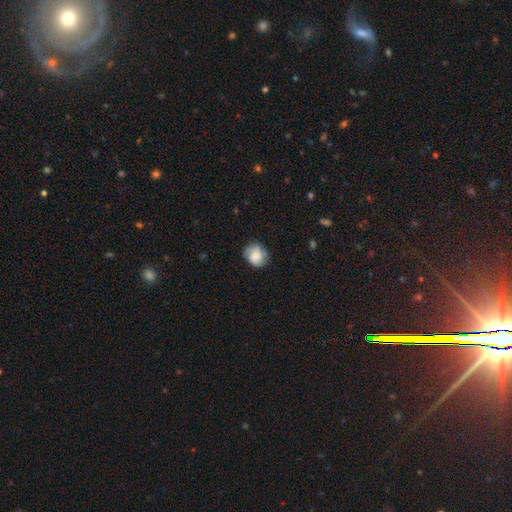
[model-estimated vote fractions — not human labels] Smooth or featured? Predicted: smooth (p=0.77). How rounded? Predicted: round (p=0.70). Merging? Predicted: none (p=0.73).